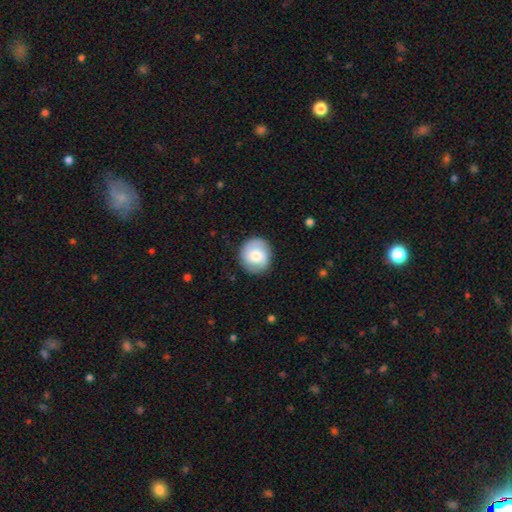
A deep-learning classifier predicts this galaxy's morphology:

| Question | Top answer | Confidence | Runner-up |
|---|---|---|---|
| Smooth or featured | smooth | 59% | featured or disk (34%) |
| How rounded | round | 86% | in between (13%) |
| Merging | none | 86% | minor disturbance (10%) |